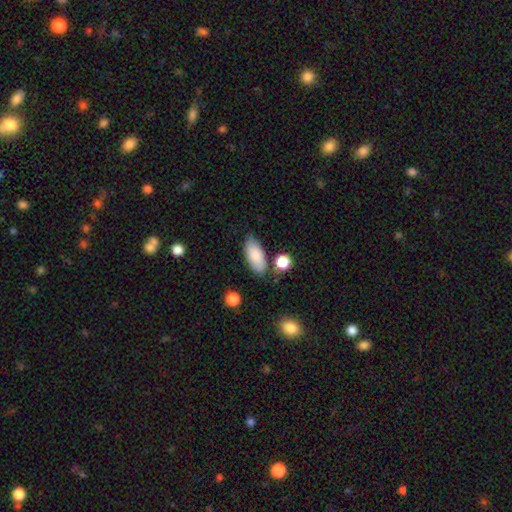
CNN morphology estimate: smooth 85%, featured or disk 9%, star or artifact 6%. Down the decision tree: how rounded — in between (88%); merging — none (76%).